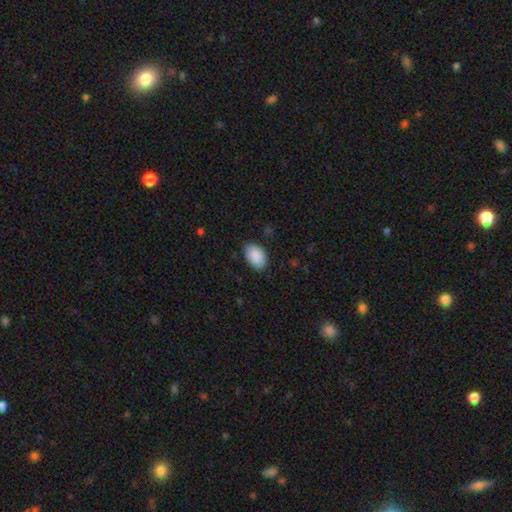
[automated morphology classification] The model was most divided on "merging": none: 84%, minor disturbance: 13%, major disturbance: 2%, merger: 1%. More confident: how rounded — in between (91%); smooth or featured — smooth (90%).